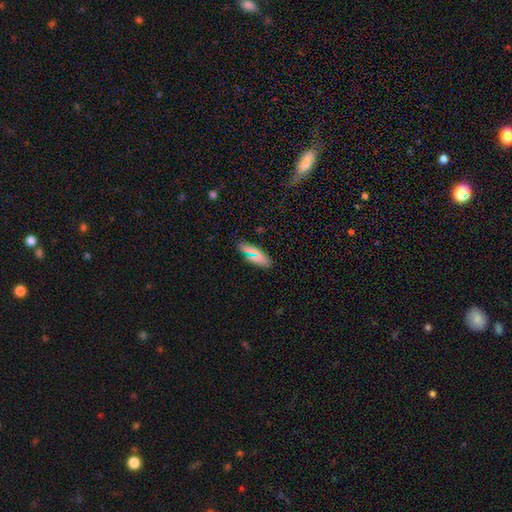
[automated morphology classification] A smooth galaxy with no disk features (76%) that is in between round and cigar-shaped (59%).

Vote fractions:
- Smooth or featured? smooth: 76% / star or artifact: 13% / featured or disk: 11%
- How rounded? in between: 59% / cigar-shaped: 38% / round: 3%
- Merging? none: 86% / minor disturbance: 10% / major disturbance: 2% / merger: 1%